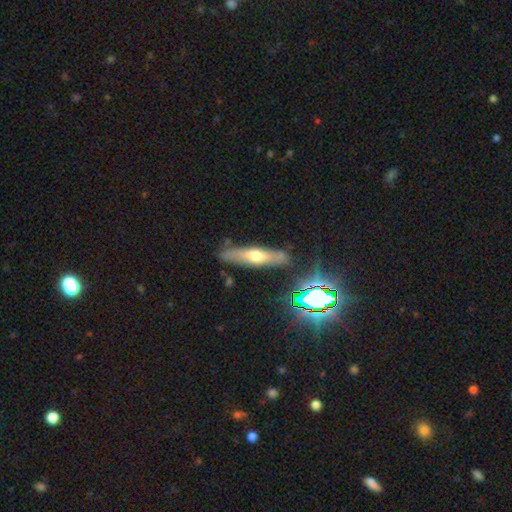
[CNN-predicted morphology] A featured or disk galaxy (49%). Merging: none (82%).